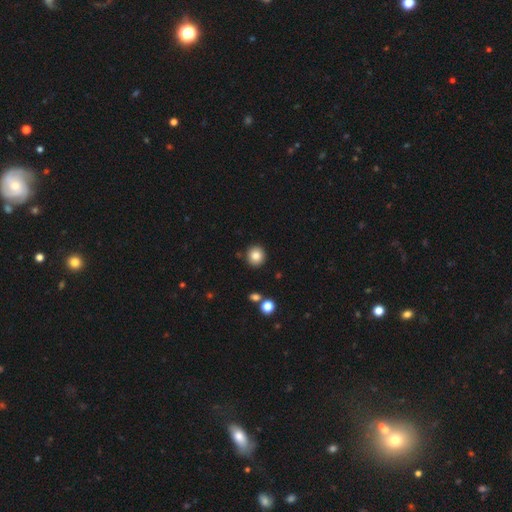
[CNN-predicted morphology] smooth_or_featured: smooth (p=0.83) [alt: star or artifact p=0.10]
how_rounded: round (p=0.91) [alt: in between p=0.08]
merging: none (p=0.90) [alt: minor disturbance p=0.06]